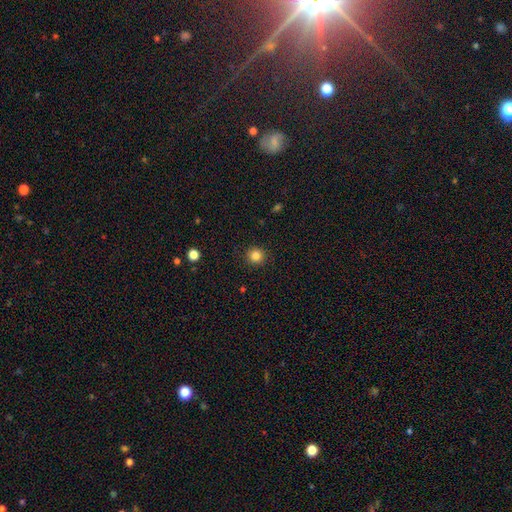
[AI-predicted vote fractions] Overall: smooth (84%). How rounded: round (93%). Merging: none (92%).